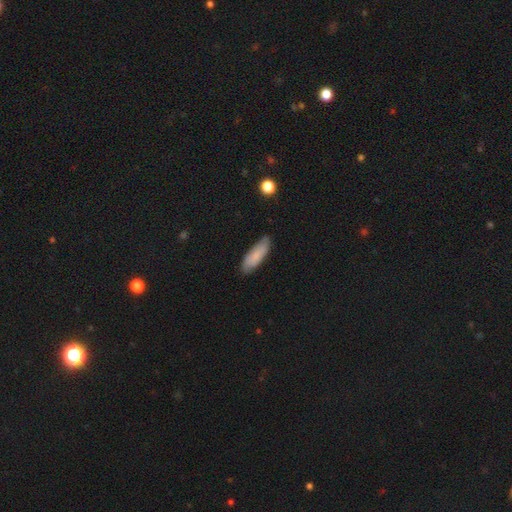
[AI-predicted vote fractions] The model was most divided on "how rounded": in between: 54%, cigar-shaped: 44%, round: 2%. More confident: merging — none (79%); smooth or featured — smooth (75%).